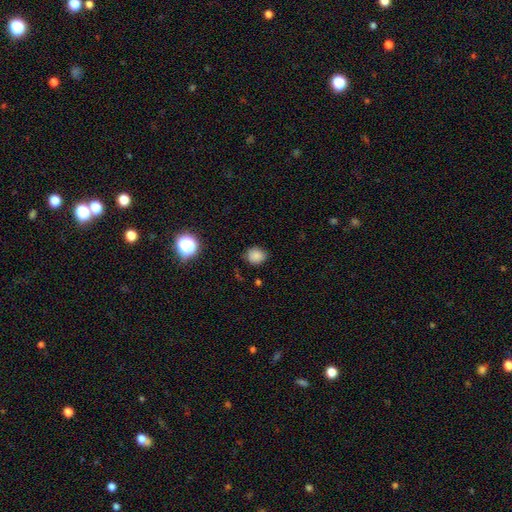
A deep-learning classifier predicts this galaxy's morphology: type=smooth (83%); roundness=round (73%); merging=none (80%).